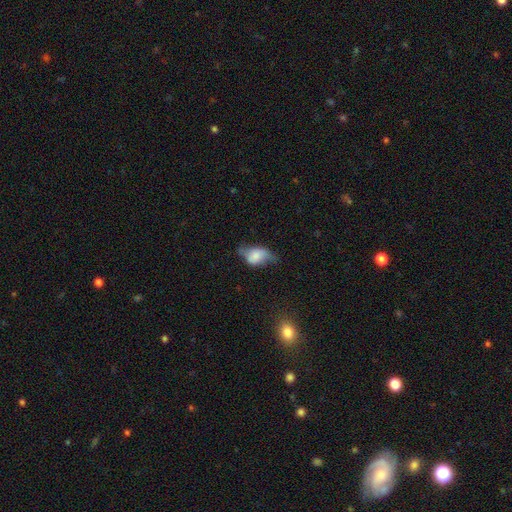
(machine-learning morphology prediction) smooth-or-featured: smooth: 64% | featured or disk: 27% | star or artifact: 9%
  how-rounded: in between: 83% | round: 15% | cigar-shaped: 2%
  merging: minor disturbance: 39% | none: 32% | major disturbance: 25% | merger: 4%